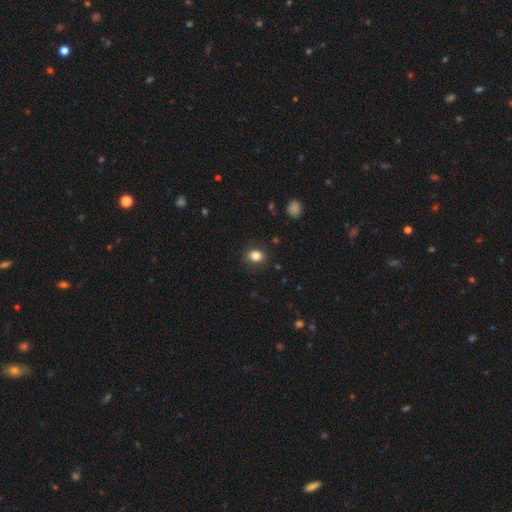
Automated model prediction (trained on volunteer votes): Morphology: type=smooth (84%); roundness=in between (56%); merging=none (86%).